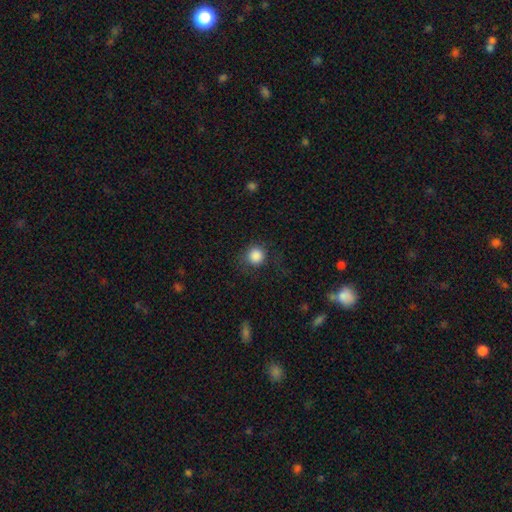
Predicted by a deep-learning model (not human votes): smooth-or-featured: smooth: 86% | star or artifact: 10% | featured or disk: 4%
  how-rounded: round: 92% | in between: 7% | cigar-shaped: 1%
  merging: none: 78% | minor disturbance: 13% | major disturbance: 7% | merger: 1%